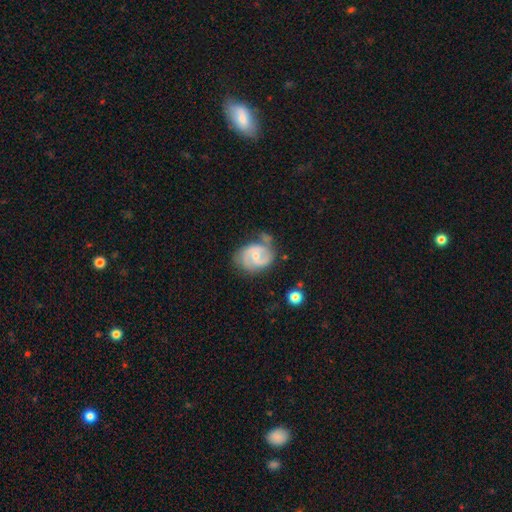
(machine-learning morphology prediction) The model was most divided on "bulge size" (2-way tie): small: 48%, moderate: 48%, large: 1%, none: 1%, dominant: 1%. Remaining: edge-on disk — no (98%); spiral arms — yes (93%); smooth or featured — featured or disk (81%); spiral arm count — 2 (75%); merging — none (53%); bar — no (47%); spiral winding — medium (47%).